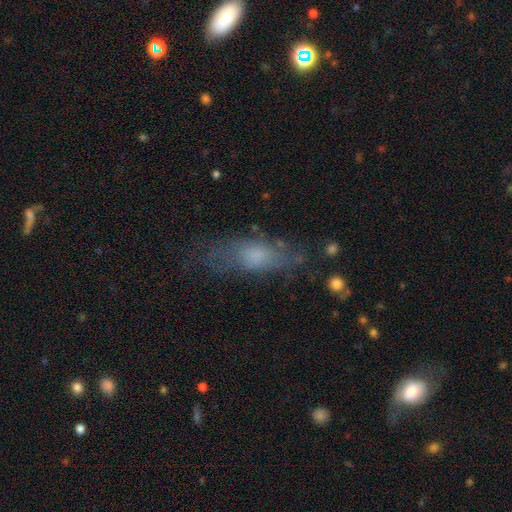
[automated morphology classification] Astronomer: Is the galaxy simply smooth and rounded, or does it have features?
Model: smooth — 58%.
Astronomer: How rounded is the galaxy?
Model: in between — 62%.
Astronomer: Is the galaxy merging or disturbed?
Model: none — 58%.